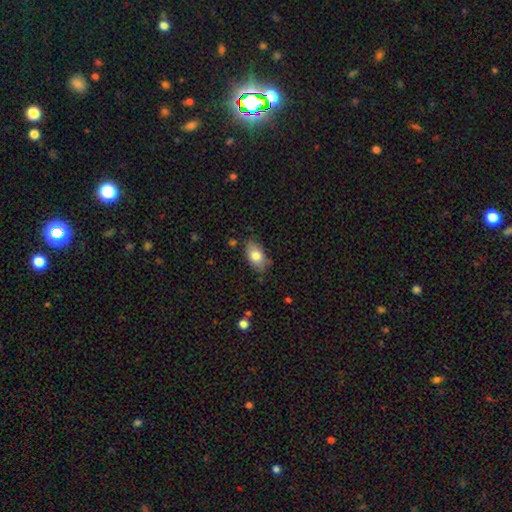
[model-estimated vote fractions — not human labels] The model was most divided on "merging": none: 77%, minor disturbance: 18%, major disturbance: 3%, merger: 2%. More confident: how rounded — in between (91%); smooth or featured — smooth (78%).